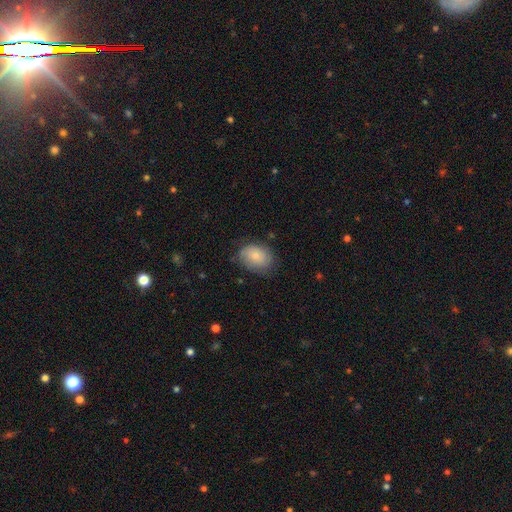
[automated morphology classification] Overall: smooth (79%). How rounded: in between (74%). Merging: none (69%).